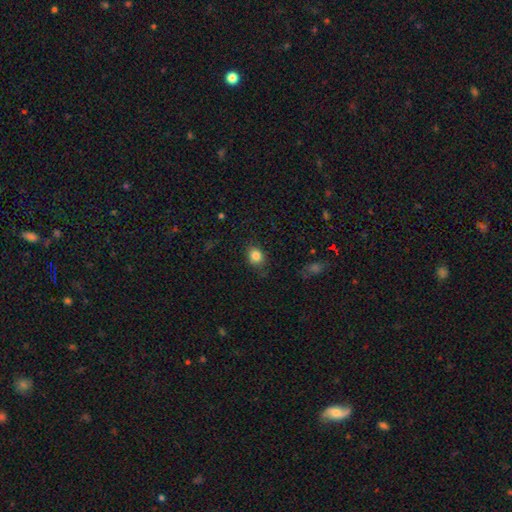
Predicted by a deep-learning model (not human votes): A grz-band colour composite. It shows a smooth galaxy with no disk features (84%) that is round (53%). Merging: none (79%).